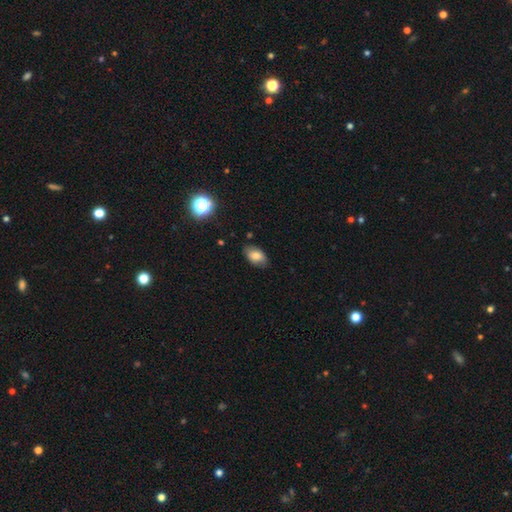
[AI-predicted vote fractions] smooth-or-featured: smooth: 79% | featured or disk: 12% | star or artifact: 9%
  how-rounded: in between: 91% | round: 7% | cigar-shaped: 2%
  merging: none: 81% | minor disturbance: 15% | major disturbance: 3% | merger: 2%